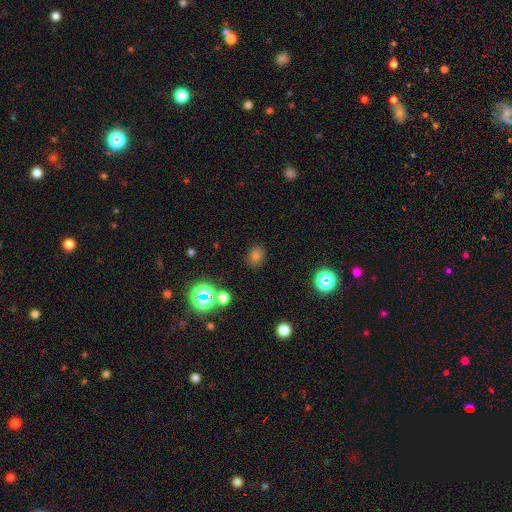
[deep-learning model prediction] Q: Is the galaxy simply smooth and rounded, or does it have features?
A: smooth — 70%.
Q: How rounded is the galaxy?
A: round — 50%.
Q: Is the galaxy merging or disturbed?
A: none — 84%.